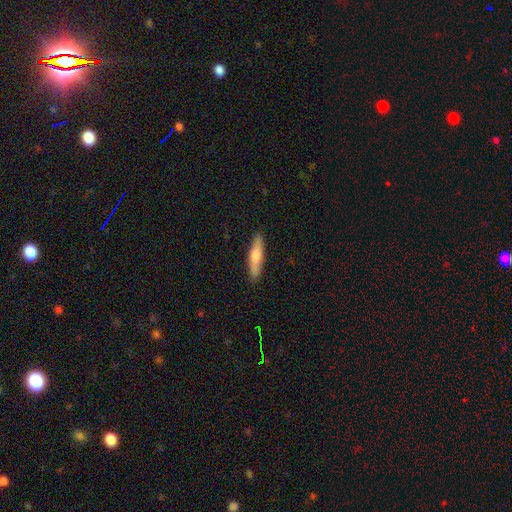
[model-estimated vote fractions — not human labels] Smooth or featured? Predicted: smooth (p=0.71). How rounded? Predicted: cigar-shaped (p=0.80). Merging? Predicted: none (p=0.88).